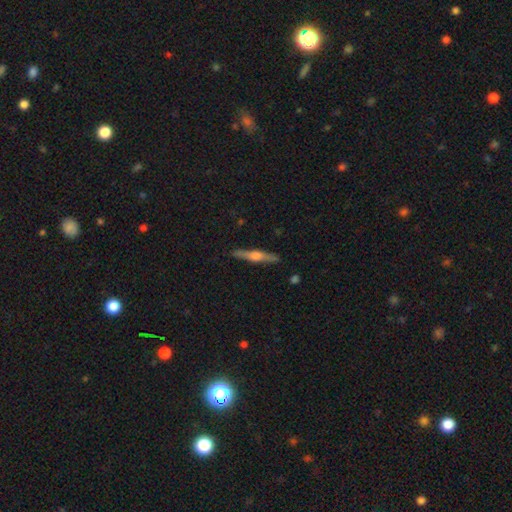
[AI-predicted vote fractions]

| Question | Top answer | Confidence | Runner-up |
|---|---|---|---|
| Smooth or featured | featured or disk | 70% | smooth (24%) |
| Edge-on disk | yes | 98% | no (2%) |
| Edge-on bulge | rounded | 89% | boxy (8%) |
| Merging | none | 90% | minor disturbance (7%) |